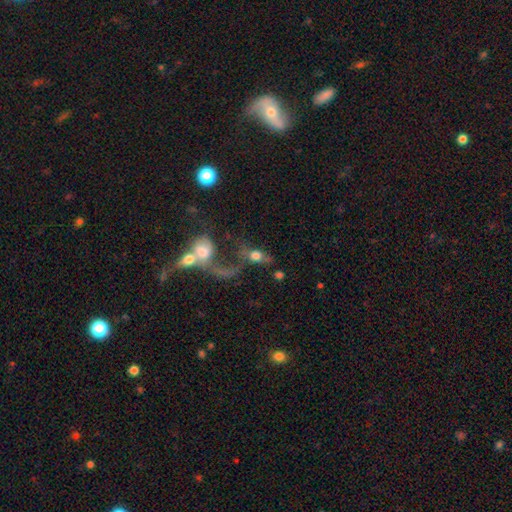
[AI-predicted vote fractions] A smooth galaxy with no disk features (54%) that is in between round and cigar-shaped (62%).

Vote fractions:
- Smooth or featured? smooth: 54% / featured or disk: 35% / star or artifact: 11%
- How rounded? in between: 62% / round: 32% / cigar-shaped: 7%
- Merging? merger: 51% / major disturbance: 25% / none: 16% / minor disturbance: 8%